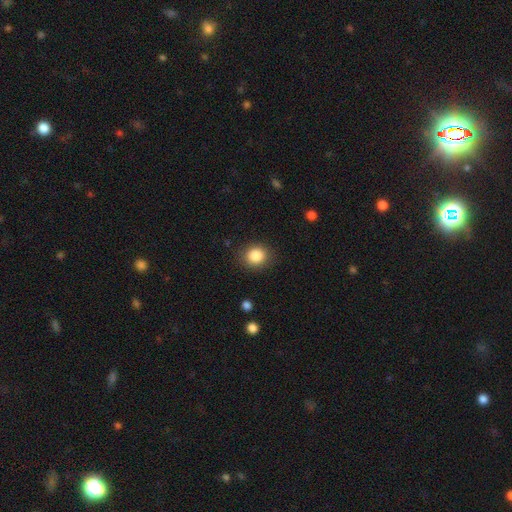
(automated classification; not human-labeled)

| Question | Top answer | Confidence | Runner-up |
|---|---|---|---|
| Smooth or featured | smooth | 86% | star or artifact (10%) |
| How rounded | round | 78% | in between (21%) |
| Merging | none | 87% | minor disturbance (9%) |